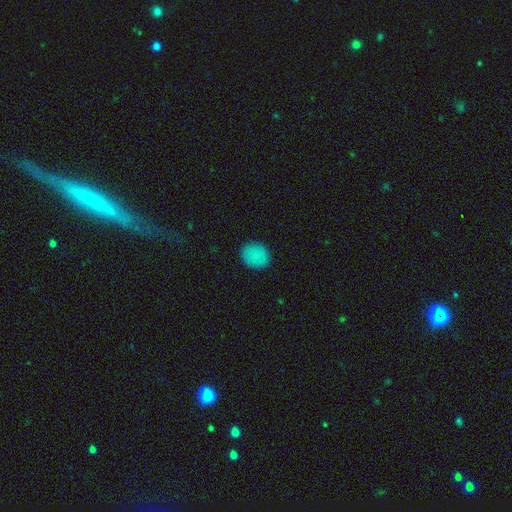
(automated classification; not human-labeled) The model was most divided on "how rounded": round: 61%, in between: 38%, cigar-shaped: 1%. More confident: merging — none (87%); smooth or featured — smooth (86%).